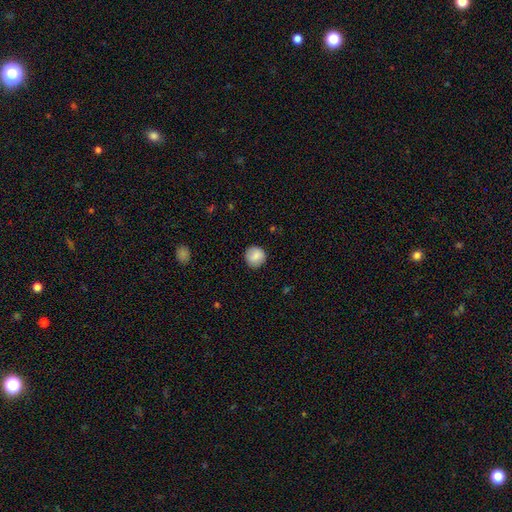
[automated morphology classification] A smooth galaxy with no disk features (84%) that is round (93%).

Vote fractions:
- Smooth or featured? smooth: 84% / featured or disk: 8% / star or artifact: 8%
- How rounded? round: 93% / in between: 6% / cigar-shaped: 1%
- Merging? none: 88% / minor disturbance: 8% / major disturbance: 2% / merger: 1%